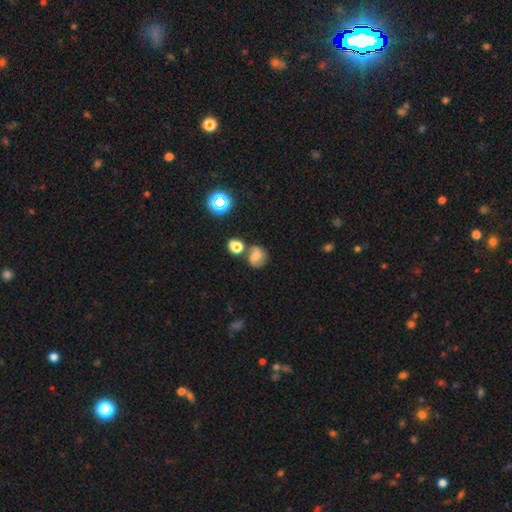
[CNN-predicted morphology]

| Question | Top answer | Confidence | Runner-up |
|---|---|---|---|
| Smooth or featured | smooth | 56% | featured or disk (28%) |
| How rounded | round | 68% | in between (30%) |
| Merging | none | 52% | merger (25%) |